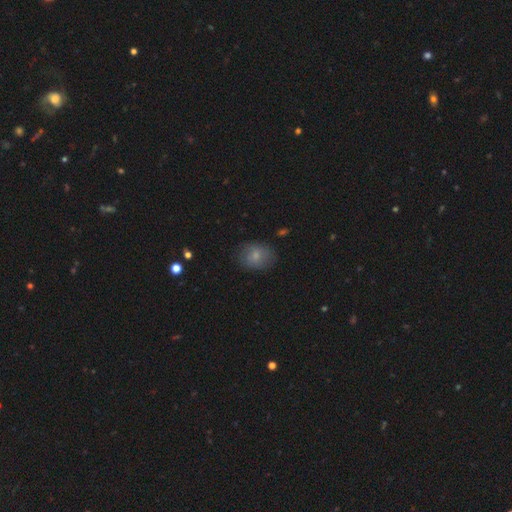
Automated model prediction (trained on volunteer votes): Smooth or featured? smooth (75%)
How rounded? in between (50%)
Merging? none (75%)